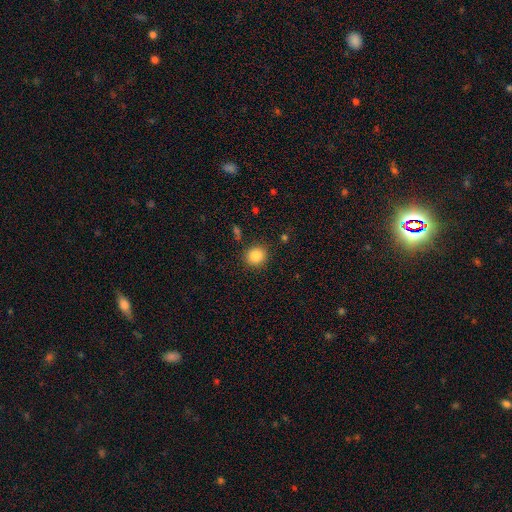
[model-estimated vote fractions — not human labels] A smooth galaxy with no disk features (86%) that is round (86%).

Vote fractions:
- Smooth or featured? smooth: 86% / star or artifact: 10% / featured or disk: 4%
- How rounded? round: 86% / in between: 13% / cigar-shaped: 1%
- Merging? none: 88% / minor disturbance: 7% / major disturbance: 3% / merger: 2%